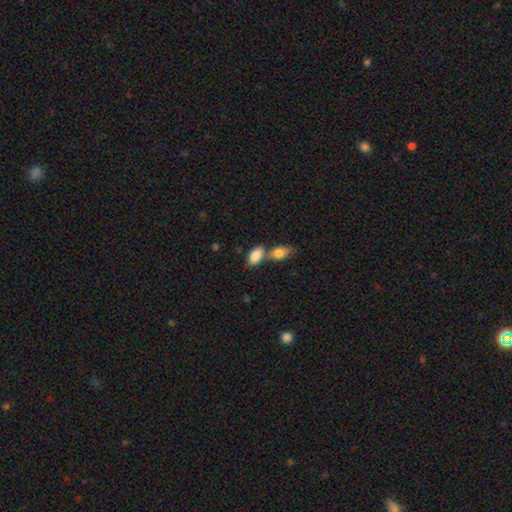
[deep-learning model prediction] smooth_or_featured: smooth (p=0.86) [alt: featured or disk p=0.08]
how_rounded: in between (p=0.93) [alt: round p=0.05]
merging: merger (p=0.50) [alt: none p=0.37]